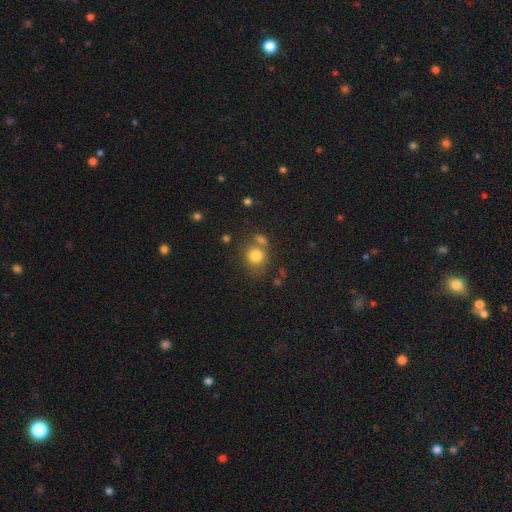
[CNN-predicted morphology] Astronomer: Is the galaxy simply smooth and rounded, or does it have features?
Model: smooth — 80%.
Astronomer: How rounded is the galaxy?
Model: round — 78%.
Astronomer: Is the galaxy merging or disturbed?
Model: none — 60%.